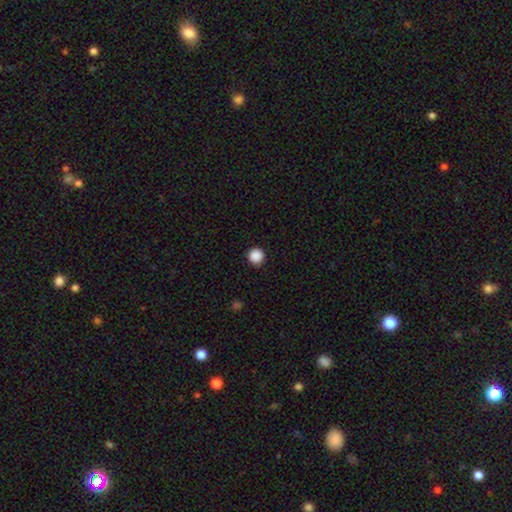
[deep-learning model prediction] A smooth galaxy with no disk features (89%) that is round (96%). Merging: none (92%).